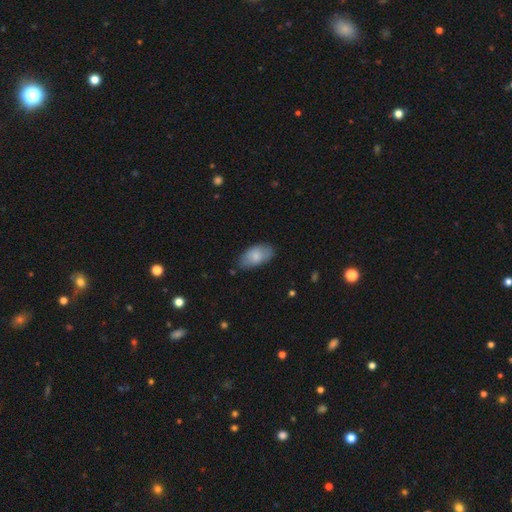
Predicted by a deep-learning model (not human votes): Overall: smooth (80%). How rounded: in between (94%). Merging: none (73%).